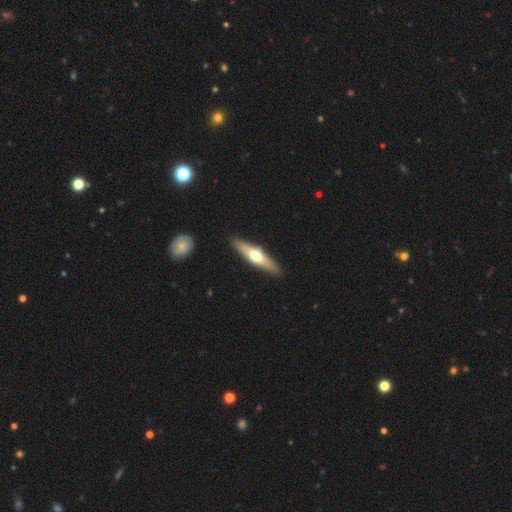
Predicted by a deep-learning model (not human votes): featured or disk 49%, smooth 46%, star or artifact 5%. Down the decision tree: merging — none (90%).